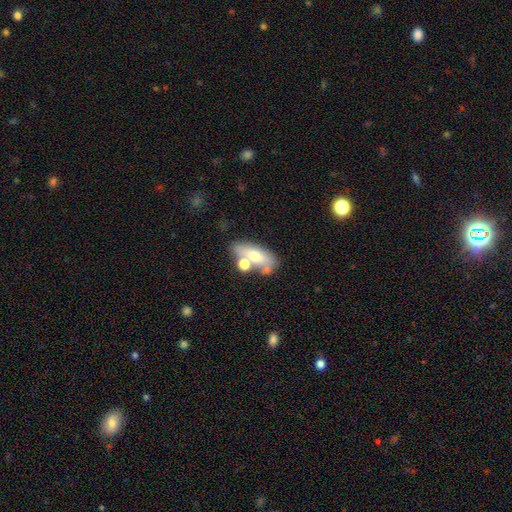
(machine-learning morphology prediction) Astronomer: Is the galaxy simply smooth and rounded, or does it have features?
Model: smooth — 59%.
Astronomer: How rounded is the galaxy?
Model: in between — 74%.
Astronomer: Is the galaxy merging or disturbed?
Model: none — 54%.